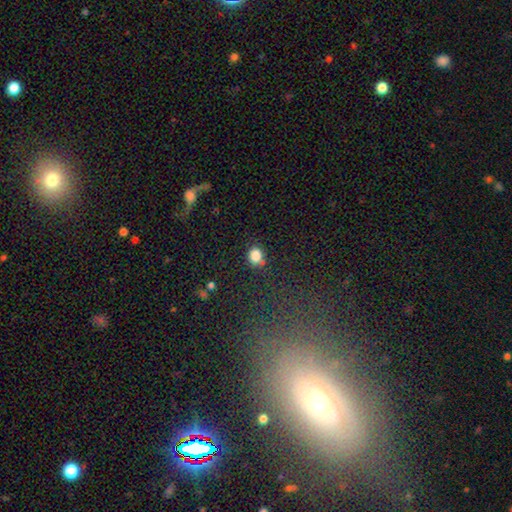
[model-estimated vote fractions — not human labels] smooth-or-featured: smooth: 83% | star or artifact: 12% | featured or disk: 5%
  how-rounded: round: 71% | in between: 28% | cigar-shaped: 1%
  merging: none: 72% | minor disturbance: 17% | merger: 5% | major disturbance: 5%